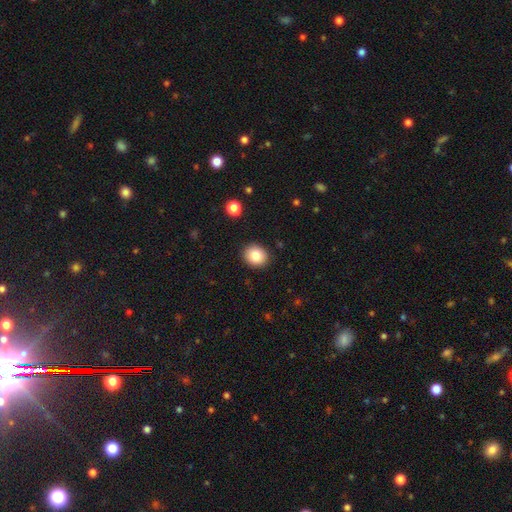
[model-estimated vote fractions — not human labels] Smooth or featured?
  - smooth: 83% *
  - star or artifact: 9%
  - featured or disk: 8%
How rounded?
  - round: 77% *
  - in between: 22%
  - cigar-shaped: 1%
Merging?
  - none: 90% *
  - minor disturbance: 6%
  - major disturbance: 2%
  - merger: 1%